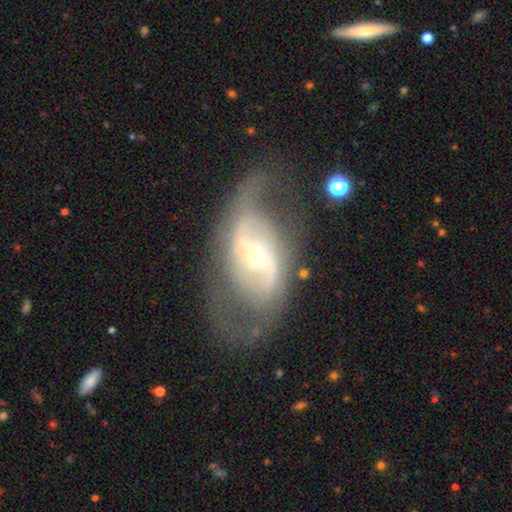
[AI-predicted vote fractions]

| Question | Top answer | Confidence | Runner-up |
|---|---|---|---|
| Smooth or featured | featured or disk | 81% | smooth (12%) |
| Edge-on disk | no | 93% | yes (7%) |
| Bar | strong | 38% | weak (32%) |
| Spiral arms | yes | 75% | no (25%) |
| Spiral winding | medium | 42% | loose (40%) |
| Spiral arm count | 2 | 83% | can't tell (11%) |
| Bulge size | small | 66% | moderate (28%) |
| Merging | none | 64% | minor disturbance (17%) |